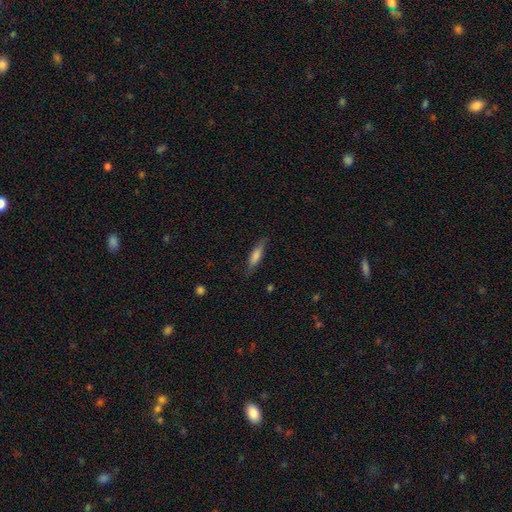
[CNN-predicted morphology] smooth 69%, featured or disk 24%, star or artifact 7%. Down the decision tree: how rounded — cigar-shaped (66%); merging — none (76%).